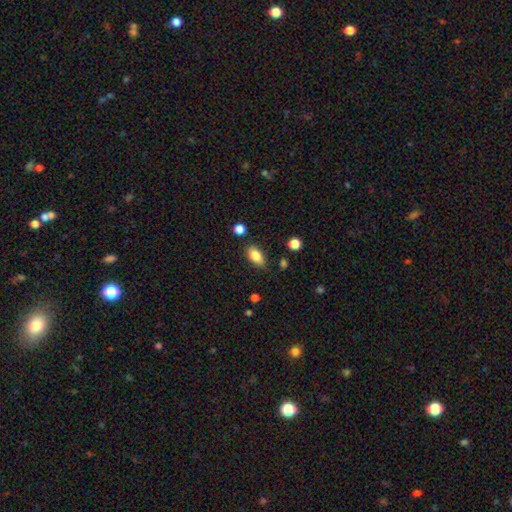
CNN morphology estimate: Smooth or featured? smooth (84%)
How rounded? in between (89%)
Merging? none (79%)